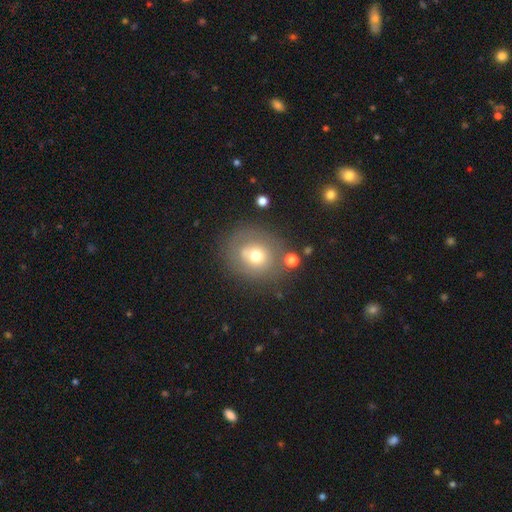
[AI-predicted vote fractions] smooth_or_featured: smooth (p=0.61) [alt: featured or disk p=0.27]
how_rounded: round (p=0.79) [alt: in between p=0.20]
merging: none (p=0.69) [alt: minor disturbance p=0.16]